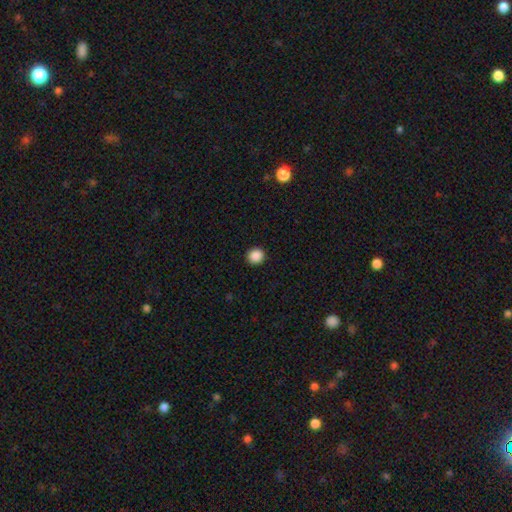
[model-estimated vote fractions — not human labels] A smooth galaxy with no disk features (89%) that is round (91%).

Vote fractions:
- Smooth or featured? smooth: 89% / star or artifact: 9% / featured or disk: 2%
- How rounded? round: 91% / in between: 8% / cigar-shaped: 1%
- Merging? none: 93% / minor disturbance: 5% / major disturbance: 2% / merger: 1%